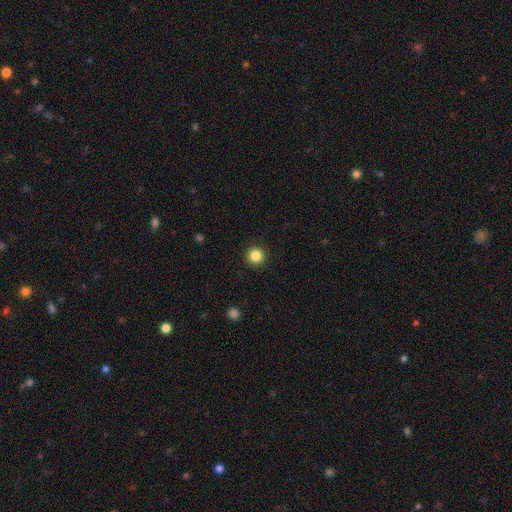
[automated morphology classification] smooth_or_featured: smooth (p=0.85) [alt: star or artifact p=0.11]
how_rounded: round (p=0.96) [alt: in between p=0.03]
merging: none (p=0.93) [alt: minor disturbance p=0.04]